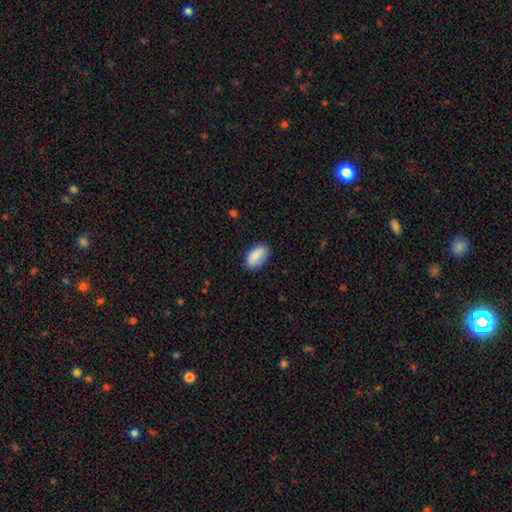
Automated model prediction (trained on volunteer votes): Overall: smooth (85%). How rounded: in between (93%). Merging: none (81%).